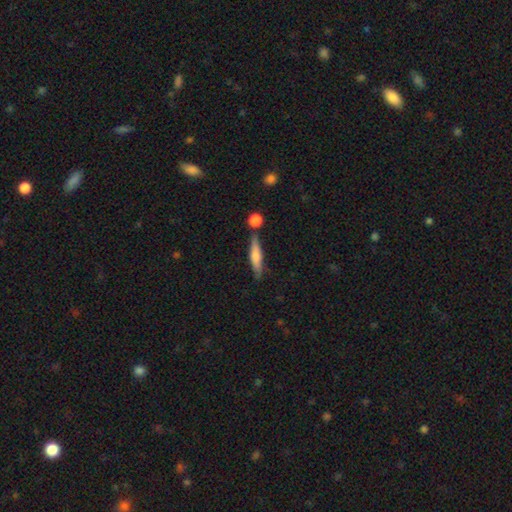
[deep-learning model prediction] Smooth or featured? Predicted: smooth (p=0.59). How rounded? Predicted: cigar-shaped (p=0.83). Merging? Predicted: none (p=0.74).